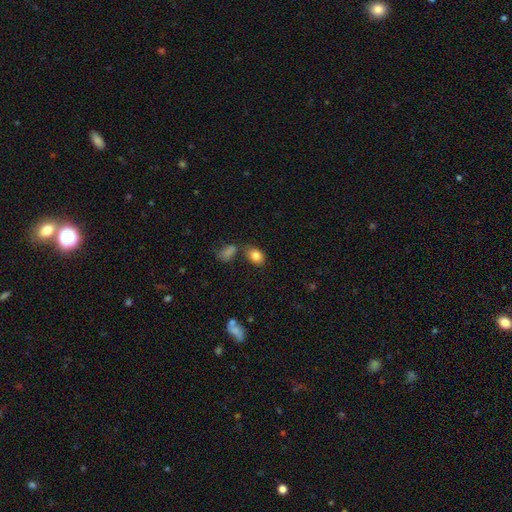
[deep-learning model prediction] A smooth galaxy with no disk features (84%) that is in between round and cigar-shaped (79%).

Vote fractions:
- Smooth or featured? smooth: 84% / star or artifact: 9% / featured or disk: 7%
- How rounded? in between: 79% / round: 20% / cigar-shaped: 1%
- Merging? none: 61% / merger: 17% / minor disturbance: 16% / major disturbance: 5%